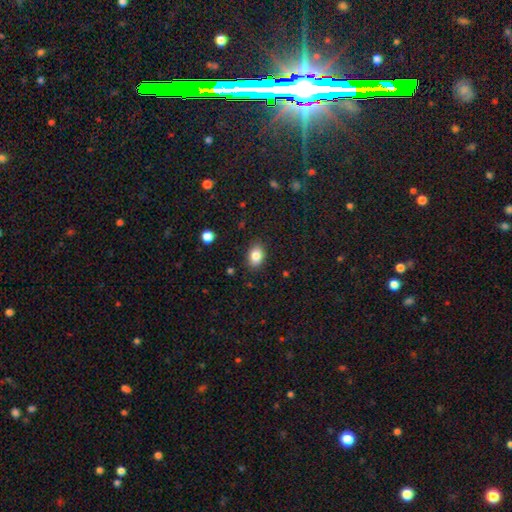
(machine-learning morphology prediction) Smooth or featured? smooth (84%)
How rounded? in between (81%)
Merging? none (87%)